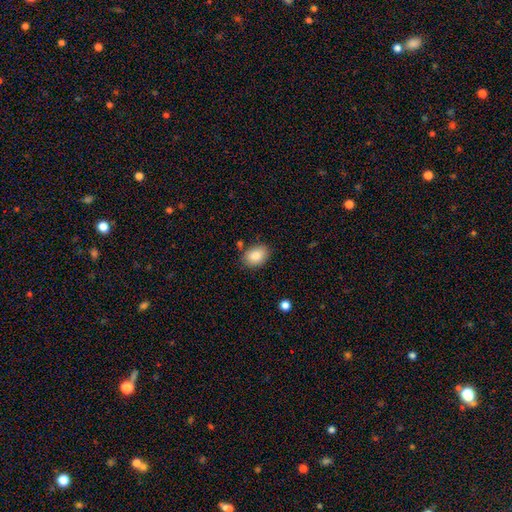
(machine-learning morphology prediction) A smooth galaxy with no disk features (86%) that is in between round and cigar-shaped (78%). Merging: none (78%).